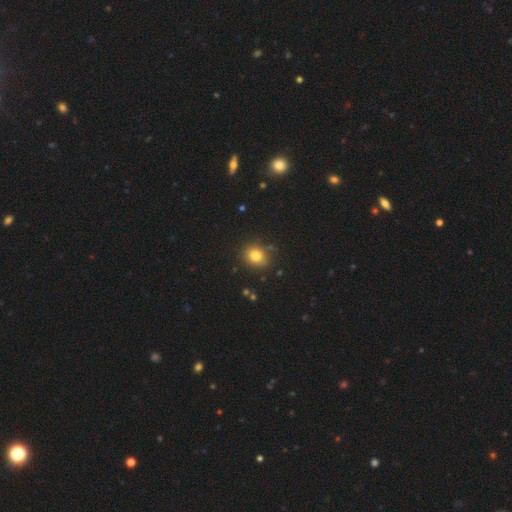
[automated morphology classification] Smooth or featured: smooth — 80% (star or artifact — 12%)
How rounded: round — 69% (in between — 30%)
Merging: none — 84% (minor disturbance — 11%)